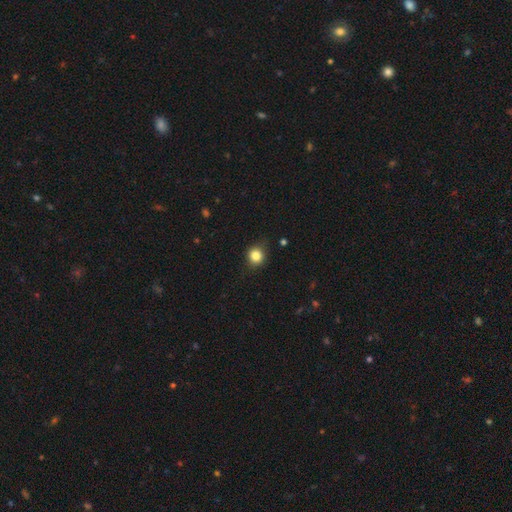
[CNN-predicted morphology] A smooth galaxy with no disk features (83%) that is round (86%).

Vote fractions:
- Smooth or featured? smooth: 83% / star or artifact: 11% / featured or disk: 6%
- How rounded? round: 86% / in between: 13% / cigar-shaped: 1%
- Merging? none: 83% / minor disturbance: 13% / major disturbance: 3% / merger: 1%